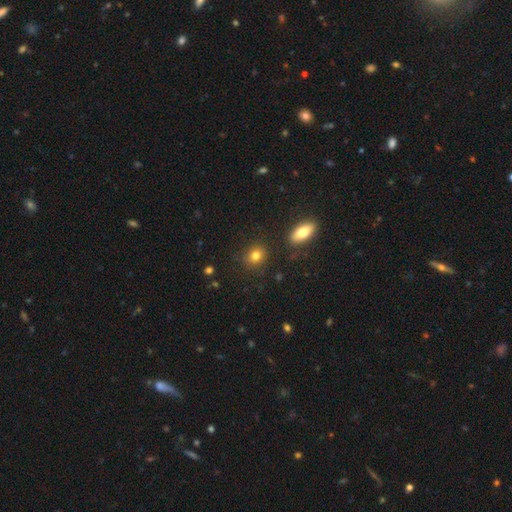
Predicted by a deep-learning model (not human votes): This is clearly a smooth galaxy (81%). How rounded: likely round (68%). Merging: clearly none (85%).